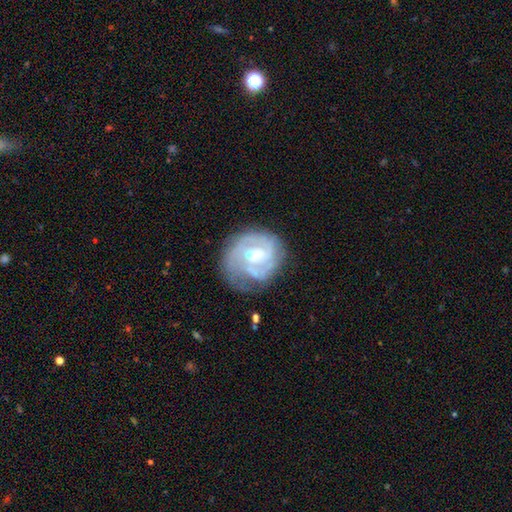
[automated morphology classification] The model was most divided on "spiral arm count": can't tell: 34%, 2: 33%, 3: 18%, 4: 5%, 1: 5%, more than 4: 4%. Remaining: edge-on disk — no (98%); spiral arms — yes (90%); smooth or featured — featured or disk (81%); merging — none (60%); spiral winding — tight (58%); bar — weak (52%); bulge size — moderate (50%).